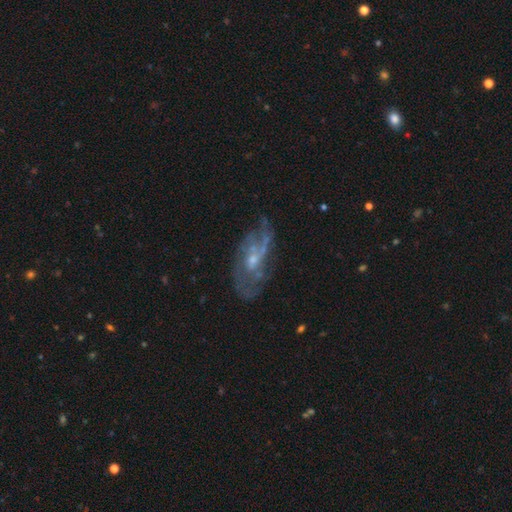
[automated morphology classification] smooth_or_featured: featured or disk (p=0.73) [alt: smooth p=0.14]
disk_edge_on: no (p=0.90) [alt: yes p=0.10]
bar: no (p=0.60) [alt: weak p=0.33]
has_spiral_arms: yes (p=0.83) [alt: no p=0.17]
spiral_winding: medium (p=0.41) [alt: loose p=0.30]
spiral_arm_count: can't tell (p=0.38) [alt: 2 p=0.29]
bulge_size: small (p=0.53) [alt: moderate p=0.40]
merging: none (p=0.67) [alt: minor disturbance p=0.19]